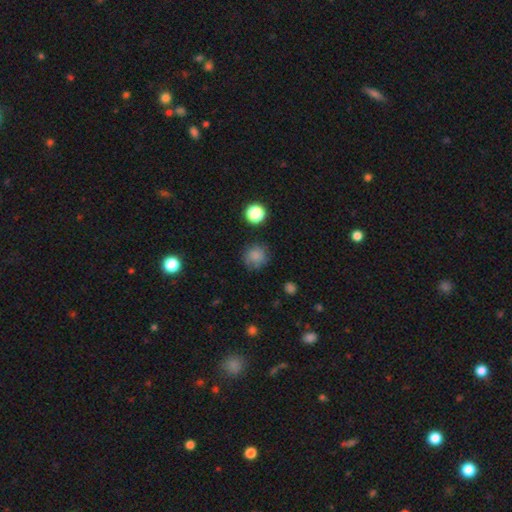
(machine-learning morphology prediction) smooth-or-featured: smooth: 80% | star or artifact: 12% | featured or disk: 8%
  how-rounded: round: 90% | in between: 9% | cigar-shaped: 1%
  merging: none: 77% | minor disturbance: 16% | major disturbance: 5% | merger: 2%